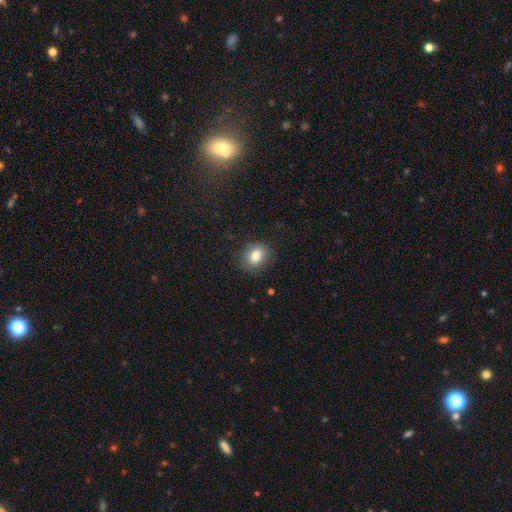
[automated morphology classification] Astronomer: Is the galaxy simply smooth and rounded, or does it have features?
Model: smooth — 82%.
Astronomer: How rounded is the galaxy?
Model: in between — 55% (runner-up: round, 44%).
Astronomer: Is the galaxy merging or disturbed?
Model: none — 83%.